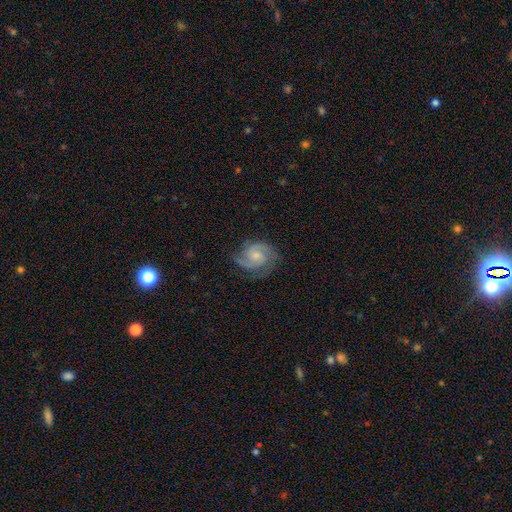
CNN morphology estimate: Q: Smooth or featured?
A: featured or disk (83%); runner-up: smooth (11%)
Q: Edge-on disk?
A: no (98%); runner-up: yes (2%)
Q: Bar?
A: no (60%); runner-up: weak (35%)
Q: Spiral arms?
A: yes (97%); runner-up: no (3%)
Q: Spiral winding?
A: medium (47%); runner-up: tight (43%)
Q: Spiral arm count?
A: 2 (56%); runner-up: 3 (25%)
Q: Bulge size?
A: small (43%); runner-up: moderate (38%)
Q: Merging?
A: none (72%); runner-up: minor disturbance (19%)